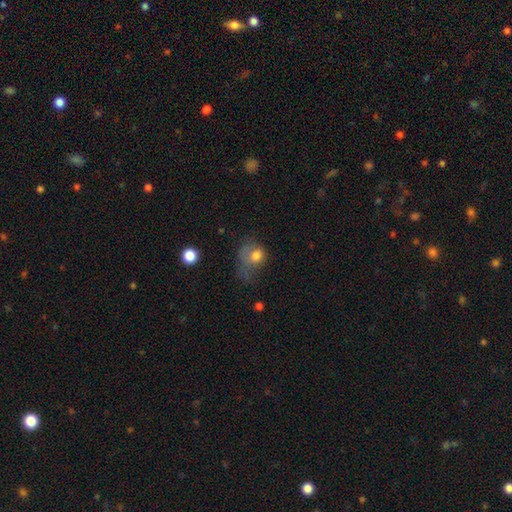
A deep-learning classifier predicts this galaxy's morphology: smooth-or-featured: smooth: 71% | featured or disk: 19% | star or artifact: 10%
  how-rounded: round: 51% | in between: 47% | cigar-shaped: 1%
  merging: major disturbance: 53% | minor disturbance: 23% | none: 19% | merger: 4%